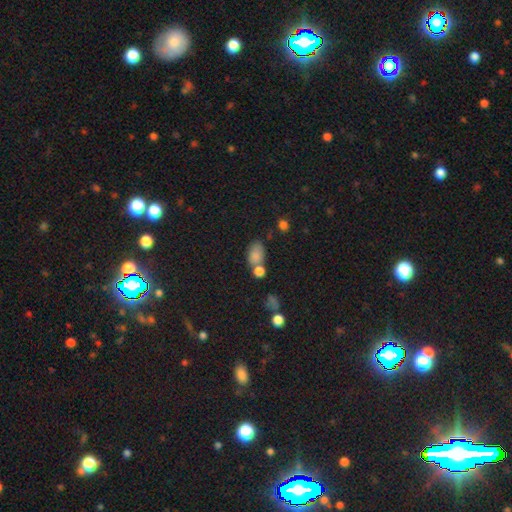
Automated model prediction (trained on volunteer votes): smooth 78%, star or artifact 12%, featured or disk 9%. Down the decision tree: how rounded — in between (84%); merging — none (45%).